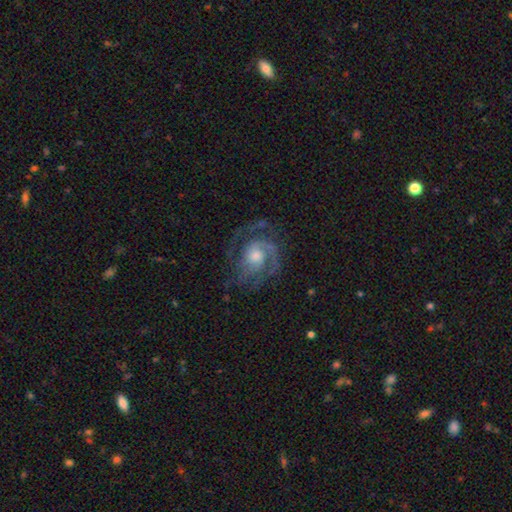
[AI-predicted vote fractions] smooth-or-featured: featured or disk: 88% | smooth: 7% | star or artifact: 6%
  disk-edge-on: no: 98% | yes: 2%
    bar: no: 70% | weak: 25% | strong: 5%
    has-spiral-arms: yes: 97% | no: 3%
      spiral-winding: tight: 49% | medium: 42% | loose: 9%
      spiral-arm-count: 2: 38% | 3: 28% | can't tell: 15% | 1: 8% | 4: 6% | more than 4: 5%
    bulge-size: moderate: 58% | small: 26% | large: 11% | none: 3% | dominant: 1%
  merging: none: 68% | minor disturbance: 17% | major disturbance: 13% | merger: 1%